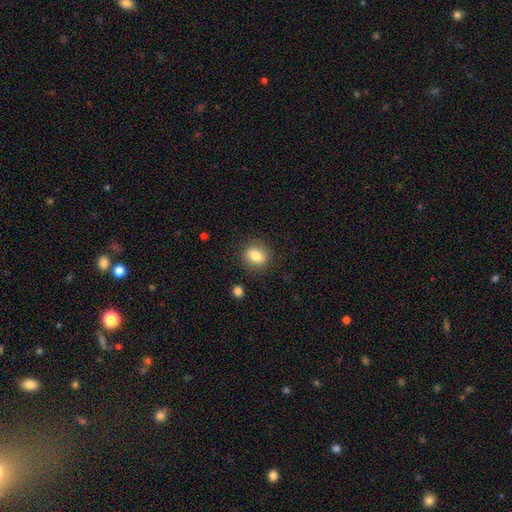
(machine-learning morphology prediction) smooth_or_featured: smooth (p=0.80) [alt: featured or disk p=0.11]
how_rounded: round (p=0.64) [alt: in between p=0.35]
merging: none (p=0.86) [alt: minor disturbance p=0.10]